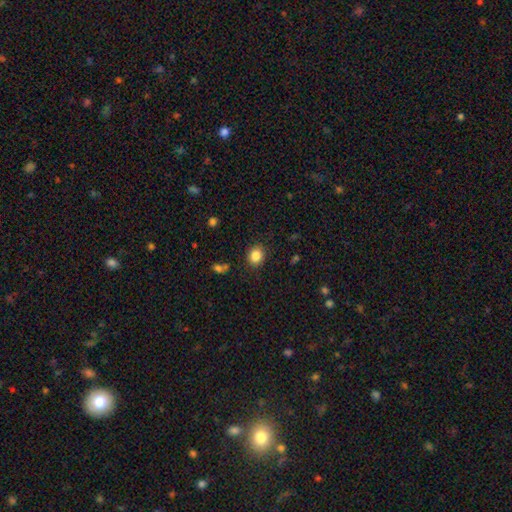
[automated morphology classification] A smooth galaxy with no disk features (85%) that is round (65%).

Vote fractions:
- Smooth or featured? smooth: 85% / star or artifact: 10% / featured or disk: 5%
- How rounded? round: 65% / in between: 34% / cigar-shaped: 1%
- Merging? none: 87% / minor disturbance: 9% / major disturbance: 3% / merger: 2%